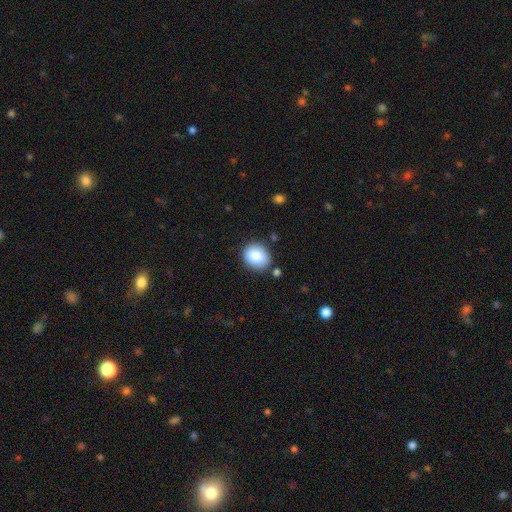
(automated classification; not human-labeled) smooth 86%, star or artifact 8%, featured or disk 6%. Down the decision tree: how rounded — round (68%); merging — none (81%).